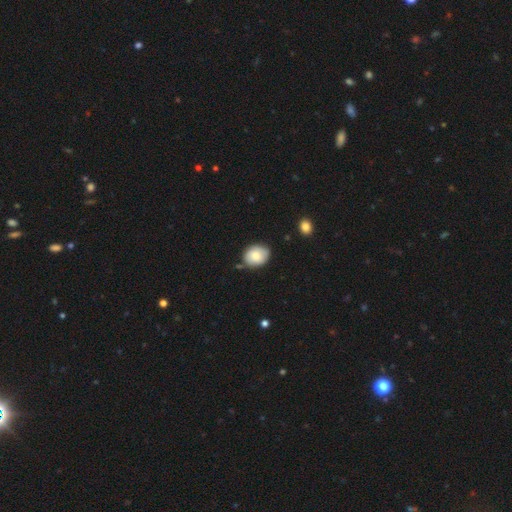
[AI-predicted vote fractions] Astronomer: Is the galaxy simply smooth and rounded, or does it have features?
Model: smooth — 81%.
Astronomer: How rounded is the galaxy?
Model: in between — 52% (runner-up: round, 47%).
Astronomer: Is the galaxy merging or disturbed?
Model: none — 72%.